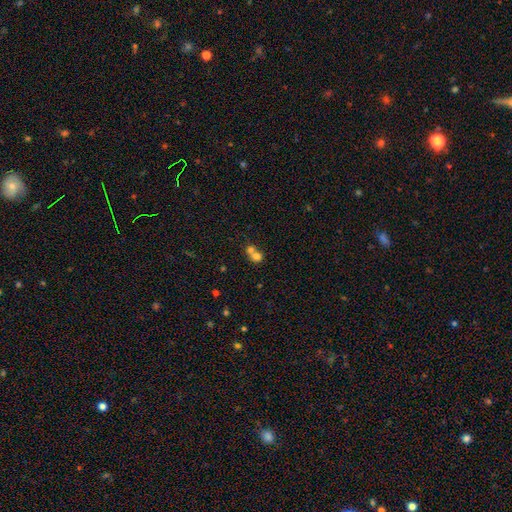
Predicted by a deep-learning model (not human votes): Smooth or featured? Predicted: smooth (p=0.72). How rounded? Predicted: round (p=0.78). Merging? Predicted: merger (p=0.66).